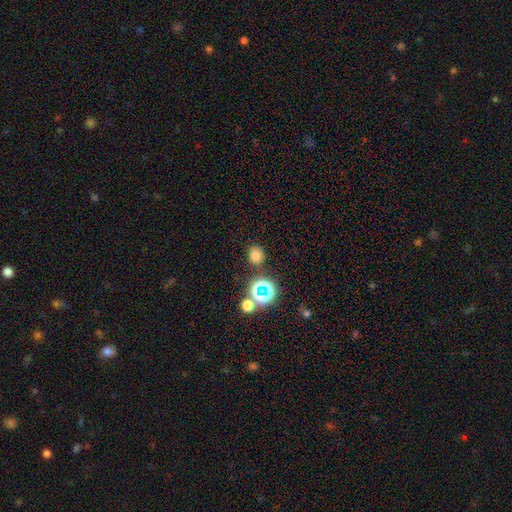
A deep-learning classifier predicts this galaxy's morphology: A smooth galaxy with no disk features (73%) that is round (79%).

Vote fractions:
- Smooth or featured? smooth: 73% / star or artifact: 22% / featured or disk: 6%
- How rounded? round: 79% / in between: 20% / cigar-shaped: 1%
- Merging? none: 83% / minor disturbance: 9% / merger: 5% / major disturbance: 3%